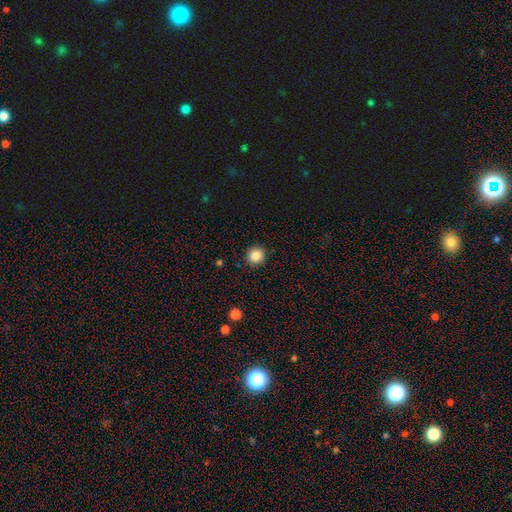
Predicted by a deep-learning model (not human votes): A smooth galaxy with no disk features (85%) that is round (92%). Merging: none (92%).